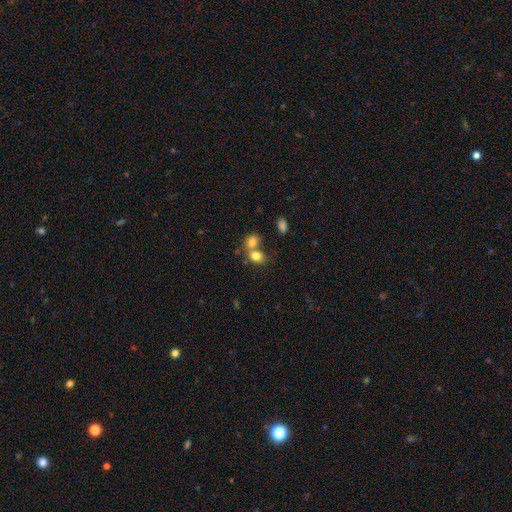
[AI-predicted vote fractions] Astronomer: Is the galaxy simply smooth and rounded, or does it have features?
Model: smooth — 78%.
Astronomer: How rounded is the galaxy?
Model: in between — 56% (runner-up: round, 43%).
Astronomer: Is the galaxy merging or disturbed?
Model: merger — 51% (runner-up: none, 36%).